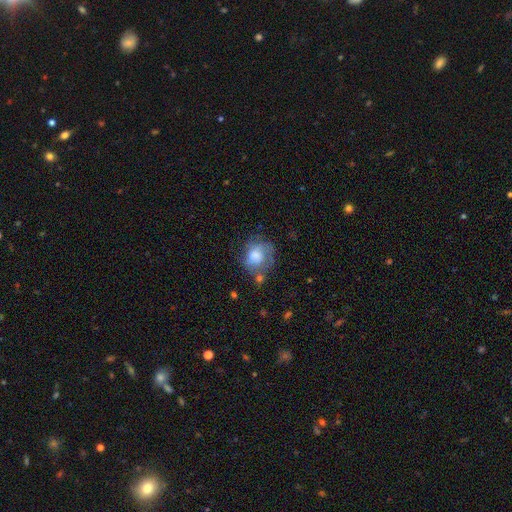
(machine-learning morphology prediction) A smooth galaxy with no disk features (51%) that is round (61%). Merging: none (41%).